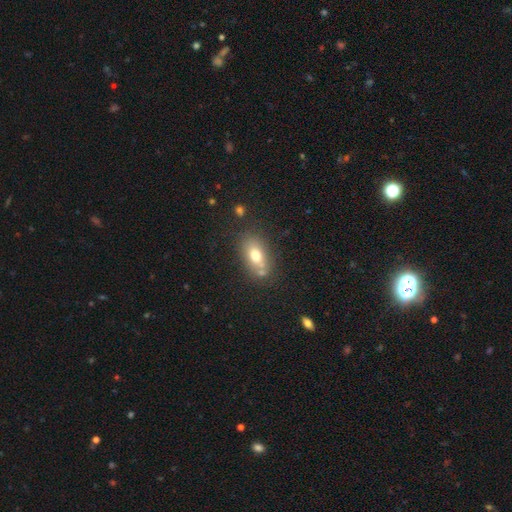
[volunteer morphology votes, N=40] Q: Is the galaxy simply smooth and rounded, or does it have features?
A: smooth — 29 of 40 (72%).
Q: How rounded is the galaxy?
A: in between — 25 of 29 (86%).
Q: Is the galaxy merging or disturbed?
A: none — 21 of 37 (57%).